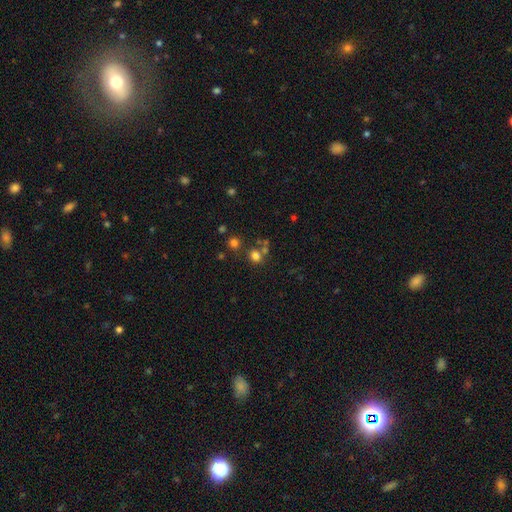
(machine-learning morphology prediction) This appears to be a smooth galaxy with no disk features (71%) that is round (81%). Merging: none (64%).